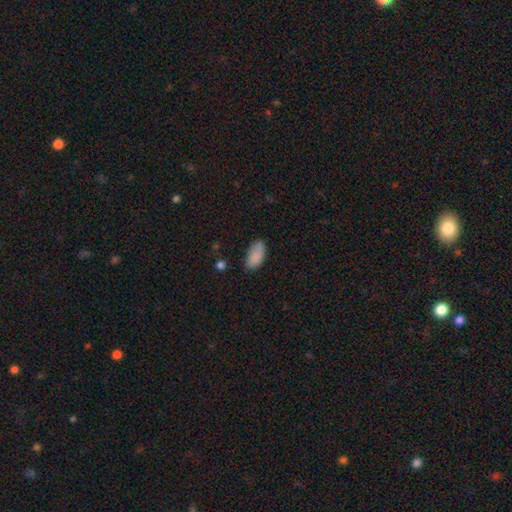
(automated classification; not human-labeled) smooth 86%, star or artifact 8%, featured or disk 6%. Down the decision tree: how rounded — in between (94%); merging — none (68%).